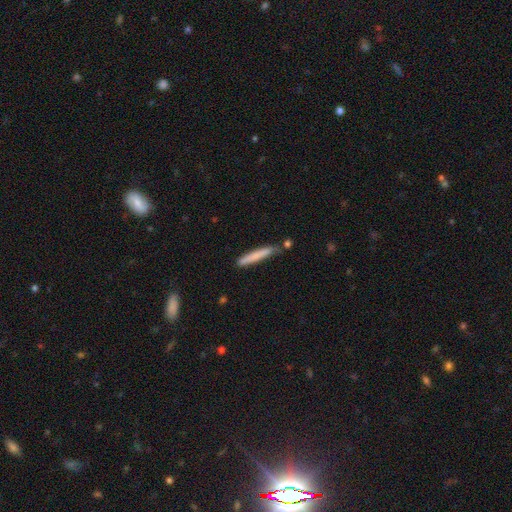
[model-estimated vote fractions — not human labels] Smooth or featured? Predicted: smooth (p=0.75). How rounded? Predicted: cigar-shaped (p=0.96). Merging? Predicted: none (p=0.76).